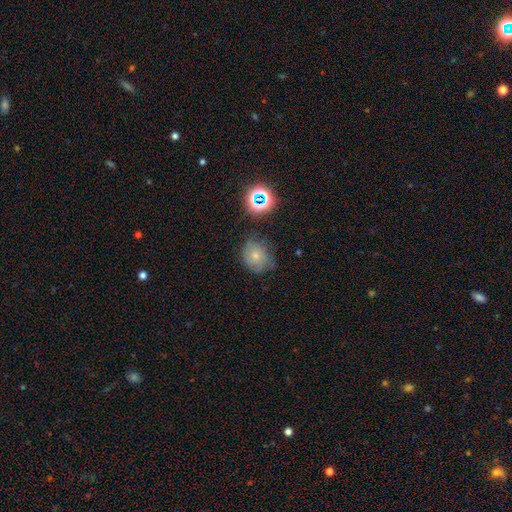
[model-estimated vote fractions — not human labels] The model was most divided on "how rounded": round: 67%, in between: 32%, cigar-shaped: 1%. More confident: smooth or featured — smooth (66%); merging — none (65%).